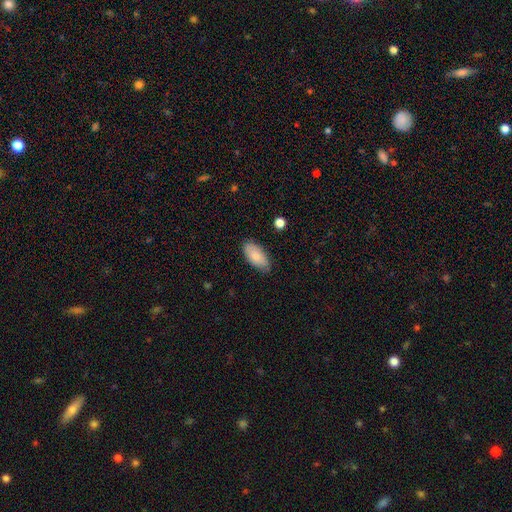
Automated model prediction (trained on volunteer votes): Q: Smooth or featured?
A: smooth (82%); runner-up: featured or disk (12%)
Q: How rounded?
A: in between (93%); runner-up: cigar-shaped (5%)
Q: Merging?
A: none (81%); runner-up: minor disturbance (15%)